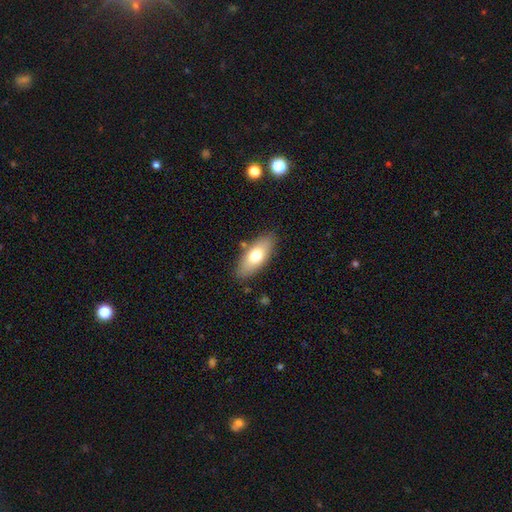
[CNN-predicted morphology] This is likely a smooth galaxy (70%). How rounded: clearly in between (81%). Merging: clearly none (84%).